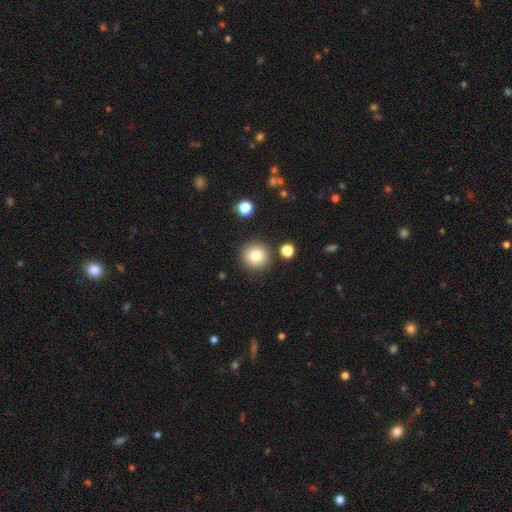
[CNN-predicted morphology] The model was most divided on "smooth or featured": smooth: 81%, star or artifact: 11%, featured or disk: 8%. More confident: how rounded — round (94%); merging — none (87%).